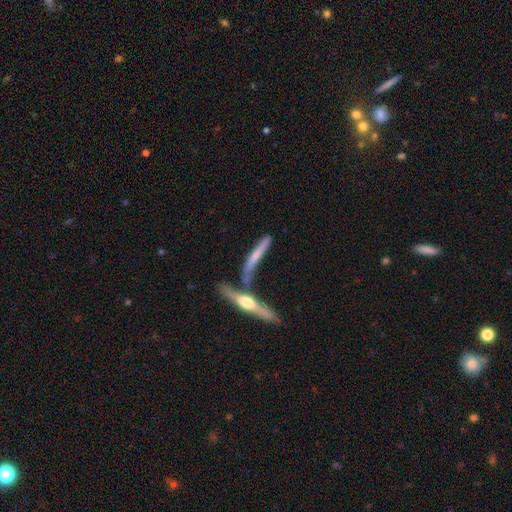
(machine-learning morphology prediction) Q: Smooth or featured?
A: featured or disk (54%); runner-up: smooth (39%)
Q: Edge-on disk?
A: yes (92%); runner-up: no (8%)
Q: Merging?
A: none (56%); runner-up: merger (27%)